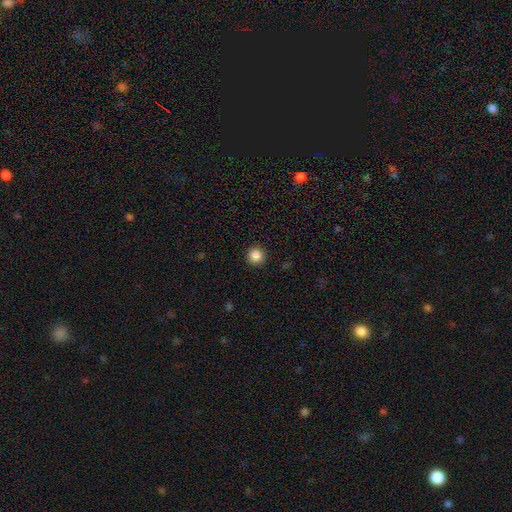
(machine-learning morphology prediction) The model was most divided on "smooth or featured": smooth: 87%, star or artifact: 10%, featured or disk: 3%. More confident: how rounded — round (96%); merging — none (93%).